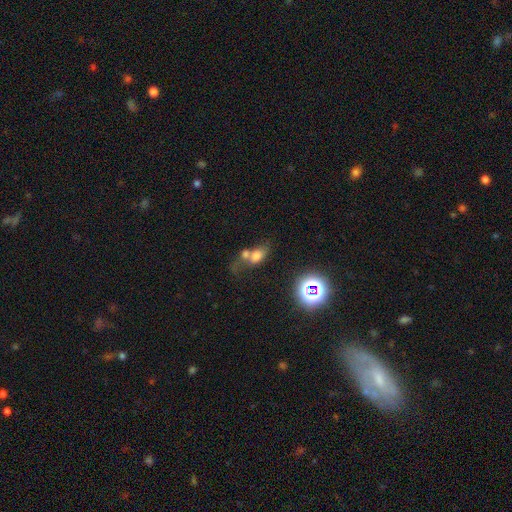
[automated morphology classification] This appears to be a smooth galaxy with no disk features (62%) that is in between round and cigar-shaped (66%). Merging: merger (54%).